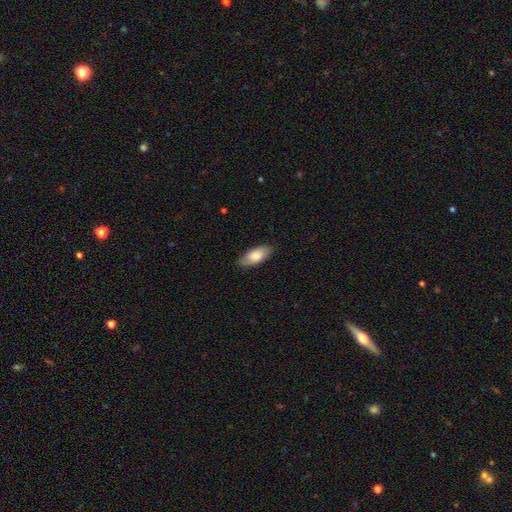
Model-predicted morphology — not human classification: smooth_or_featured: smooth (p=0.78) [alt: featured or disk p=0.17]
how_rounded: in between (p=0.88) [alt: cigar-shaped p=0.10]
merging: none (p=0.83) [alt: minor disturbance p=0.13]